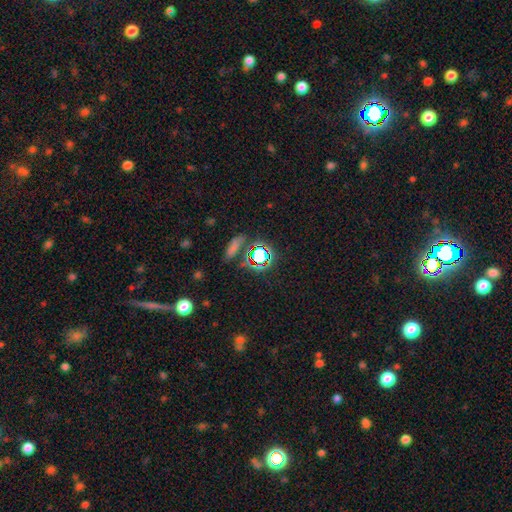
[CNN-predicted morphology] This appears to be a star or artifact, not a galaxy (51%).